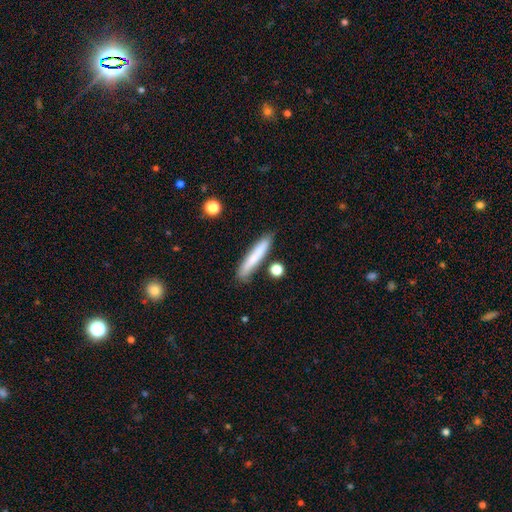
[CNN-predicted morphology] A smooth galaxy with no disk features (74%) that is cigar-shaped (92%).

Vote fractions:
- Smooth or featured? smooth: 74% / featured or disk: 19% / star or artifact: 7%
- How rounded? cigar-shaped: 92% / in between: 7% / round: 1%
- Merging? none: 80% / minor disturbance: 12% / merger: 5% / major disturbance: 3%